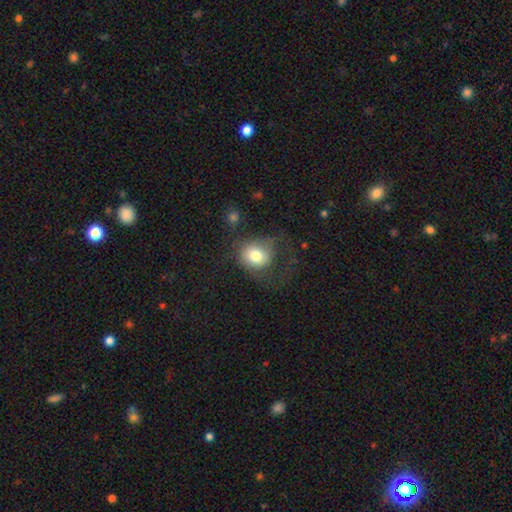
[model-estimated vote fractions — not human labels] smooth_or_featured: smooth (p=0.75) [alt: featured or disk p=0.16]
how_rounded: round (p=0.72) [alt: in between p=0.27]
merging: none (p=0.45) [alt: major disturbance p=0.29]